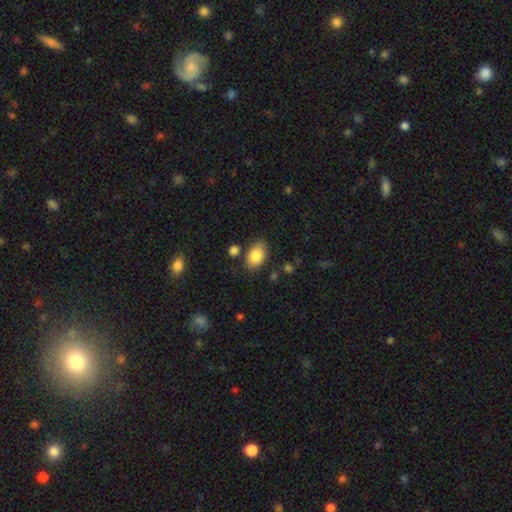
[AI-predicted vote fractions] A smooth galaxy with no disk features (84%) that is in between round and cigar-shaped (89%).

Vote fractions:
- Smooth or featured? smooth: 84% / featured or disk: 9% / star or artifact: 7%
- How rounded? in between: 89% / round: 10% / cigar-shaped: 1%
- Merging? none: 79% / minor disturbance: 14% / merger: 5% / major disturbance: 3%